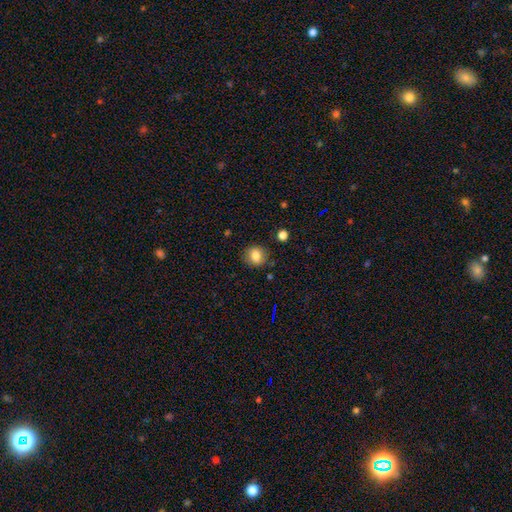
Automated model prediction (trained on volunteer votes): This is clearly a smooth galaxy (82%). How rounded: likely round (75%). Merging: clearly none (84%).